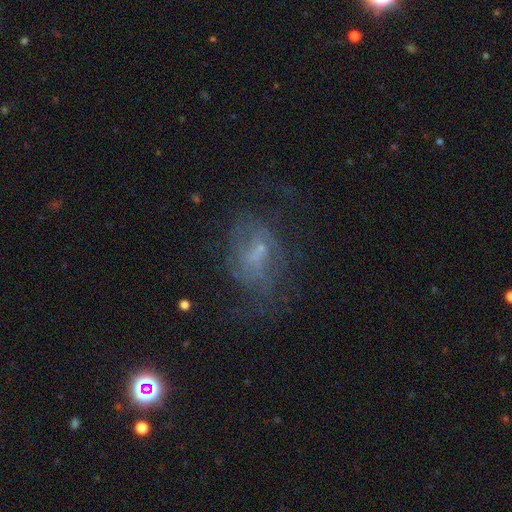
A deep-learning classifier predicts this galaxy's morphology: Smooth or featured?
  - featured or disk: 57% *
  - smooth: 26%
  - star or artifact: 17%
Edge-on disk?
  - no: 97% *
  - yes: 3%
Bar?
  - no: 59% *
  - weak: 35%
  - strong: 7%
Spiral arms?
  - yes: 56% *
  - no: 44%
Bulge size?
  - small: 57% *
  - none: 23%
  - moderate: 17%
  - large: 2%
  - dominant: 1%
Merging?
  - none: 51% *
  - major disturbance: 26%
  - minor disturbance: 20%
  - merger: 3%